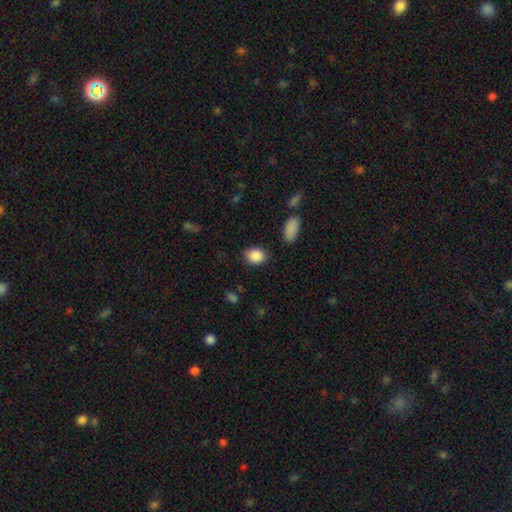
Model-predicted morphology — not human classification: Smooth or featured?
  - smooth: 88% *
  - star or artifact: 8%
  - featured or disk: 4%
How rounded?
  - in between: 64% *
  - round: 35%
  - cigar-shaped: 1%
Merging?
  - none: 81% *
  - minor disturbance: 13%
  - major disturbance: 3%
  - merger: 2%